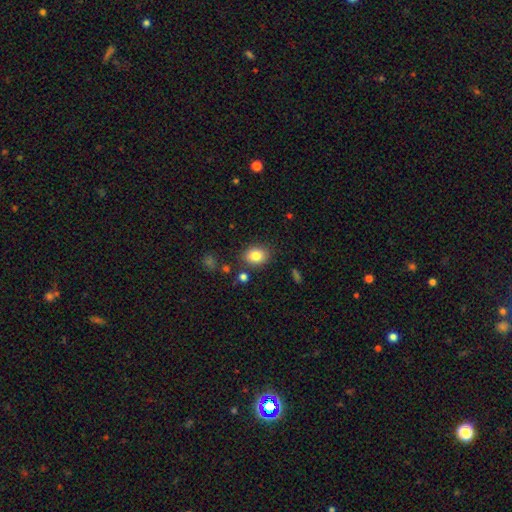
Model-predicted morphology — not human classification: The model was most divided on "how rounded": in between: 57%, round: 42%, cigar-shaped: 1%. More confident: merging — none (83%); smooth or featured — smooth (83%).